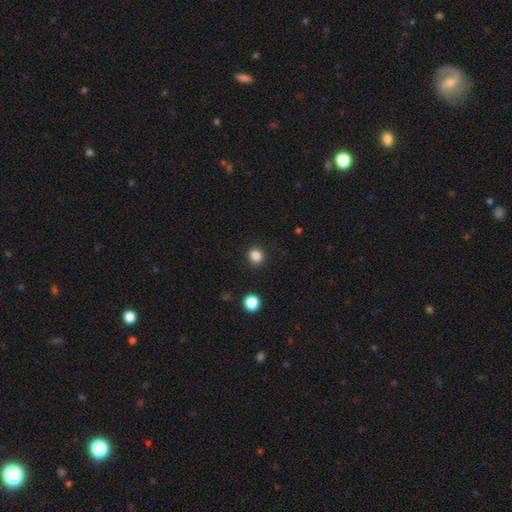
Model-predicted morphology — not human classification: Smooth or featured? smooth (84%)
How rounded? round (82%)
Merging? none (91%)